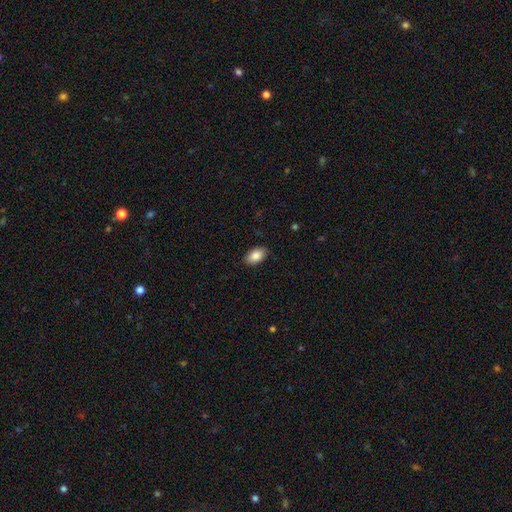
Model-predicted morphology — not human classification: The model was most divided on "merging": none: 88%, minor disturbance: 9%, major disturbance: 2%, merger: 1%. More confident: how rounded — in between (93%); smooth or featured — smooth (87%).